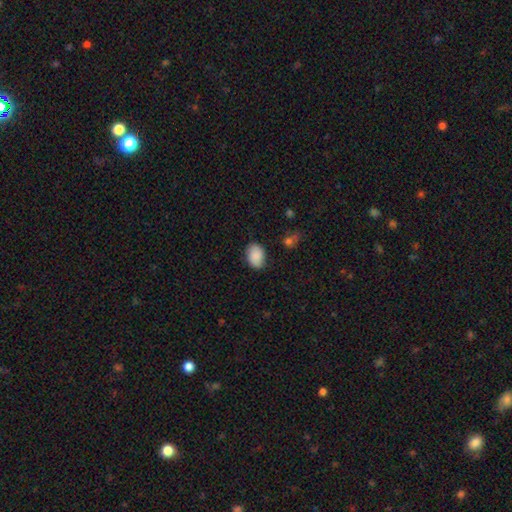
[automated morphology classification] This appears to be a smooth galaxy with no disk features (86%) that is in between round and cigar-shaped (75%). Merging: none (80%).